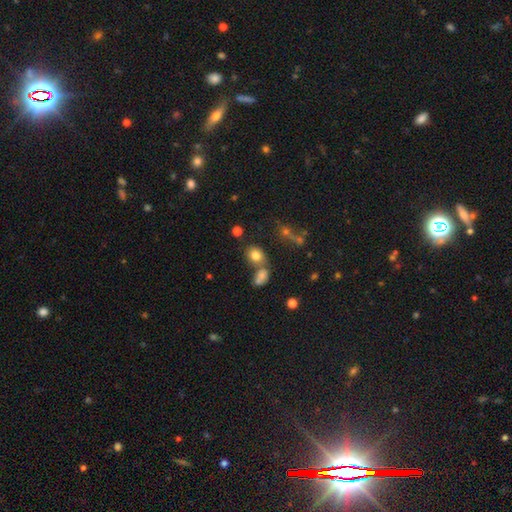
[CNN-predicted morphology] Smooth or featured? Predicted: smooth (p=0.77). How rounded? Predicted: round (p=0.50). Merging? Predicted: none (p=0.57).